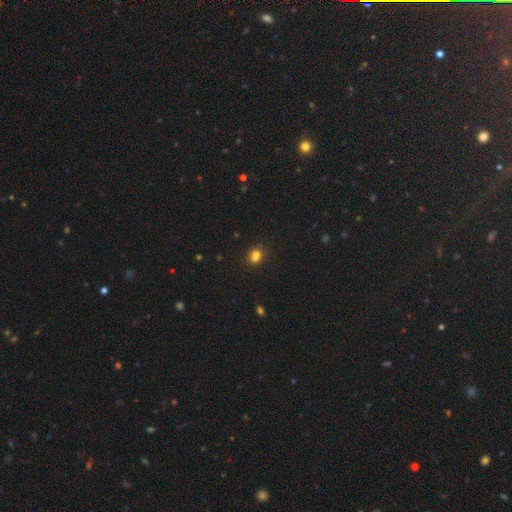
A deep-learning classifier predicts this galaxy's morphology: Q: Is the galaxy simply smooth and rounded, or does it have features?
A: smooth — 79%.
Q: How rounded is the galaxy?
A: in between — 52%.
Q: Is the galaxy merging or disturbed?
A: none — 69%.